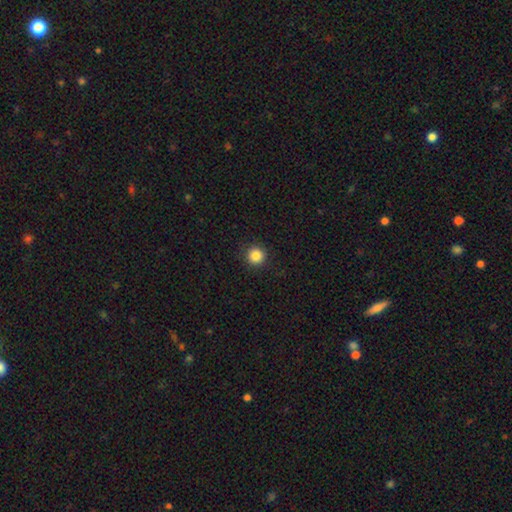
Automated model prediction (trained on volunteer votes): smooth-or-featured: smooth: 85% | star or artifact: 11% | featured or disk: 4%
  how-rounded: round: 96% | in between: 3% | cigar-shaped: 1%
  merging: none: 92% | minor disturbance: 5% | major disturbance: 2% | merger: 1%